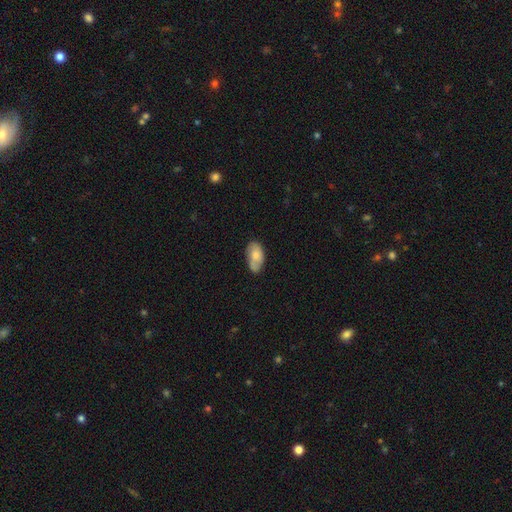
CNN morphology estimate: smooth_or_featured: smooth (p=0.71) [alt: featured or disk p=0.22]
how_rounded: in between (p=0.94) [alt: round p=0.04]
merging: none (p=0.62) [alt: minor disturbance p=0.28]